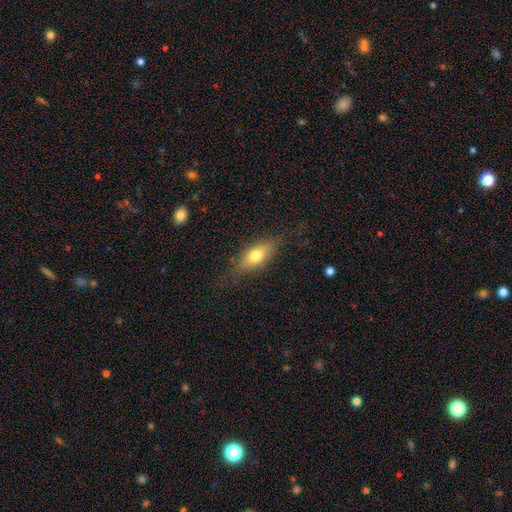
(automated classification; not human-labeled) smooth_or_featured: smooth (p=0.66) [alt: featured or disk p=0.26]
how_rounded: in between (p=0.69) [alt: cigar-shaped p=0.26]
merging: none (p=0.77) [alt: minor disturbance p=0.16]